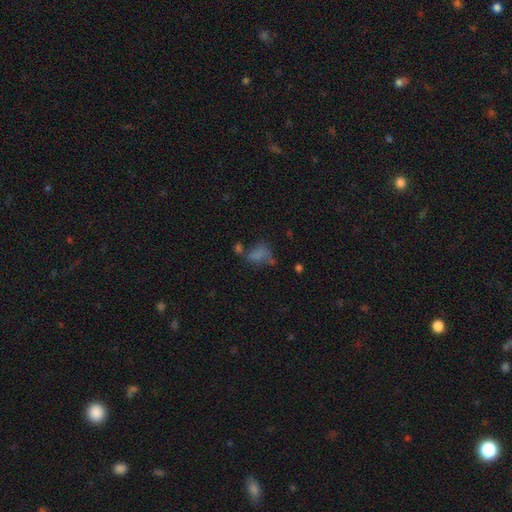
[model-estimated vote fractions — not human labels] smooth-or-featured: smooth: 54% | star or artifact: 26% | featured or disk: 19%
  how-rounded: in between: 75% | round: 20% | cigar-shaped: 5%
  merging: none: 37% | major disturbance: 24% | minor disturbance: 20% | merger: 18%